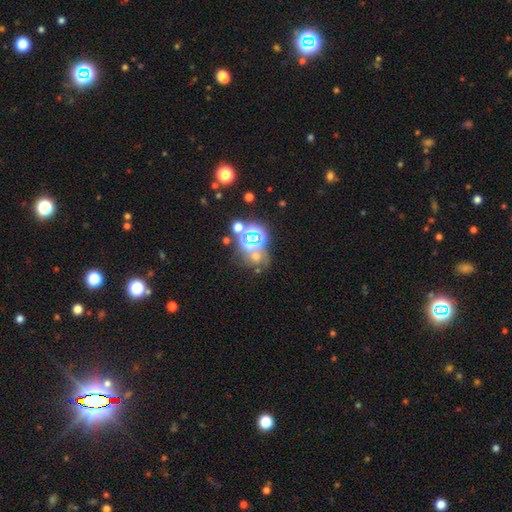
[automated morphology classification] star or artifact 53%, smooth 31%, featured or disk 16%.